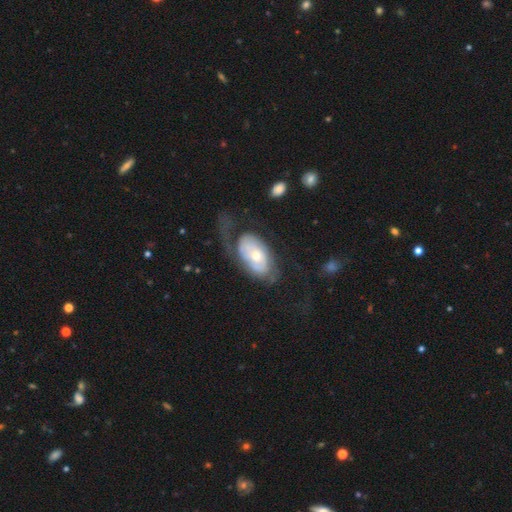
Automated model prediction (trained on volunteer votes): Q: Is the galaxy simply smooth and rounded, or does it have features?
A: featured or disk — 68%.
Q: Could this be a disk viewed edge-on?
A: no — 93%.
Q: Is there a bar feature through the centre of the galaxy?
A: no — 79%.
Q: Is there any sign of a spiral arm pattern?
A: yes — 68%.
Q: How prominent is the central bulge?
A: moderate — 57%.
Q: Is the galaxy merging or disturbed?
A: none — 39%.